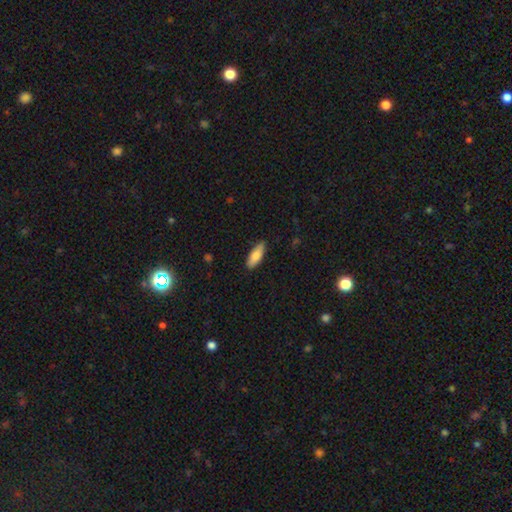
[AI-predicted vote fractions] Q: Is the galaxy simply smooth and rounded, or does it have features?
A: smooth — 81%.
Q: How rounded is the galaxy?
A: in between — 64%.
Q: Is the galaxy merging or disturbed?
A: none — 82%.